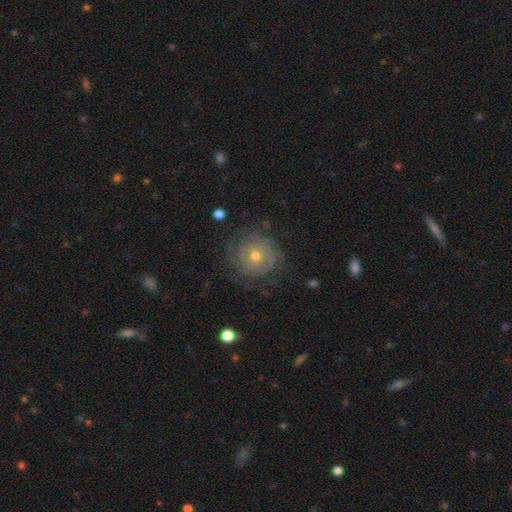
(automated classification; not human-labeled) Smooth or featured? Predicted: featured or disk (p=0.74). Edge-on disk? Predicted: no (p=0.97). Bar? Predicted: no (p=0.80). Spiral arms? Predicted: yes (p=0.87). Spiral winding? Predicted: tight (p=0.74). Spiral arm count? Predicted: can't tell (p=0.47). Bulge size? Predicted: moderate (p=0.56). Merging? Predicted: none (p=0.75).